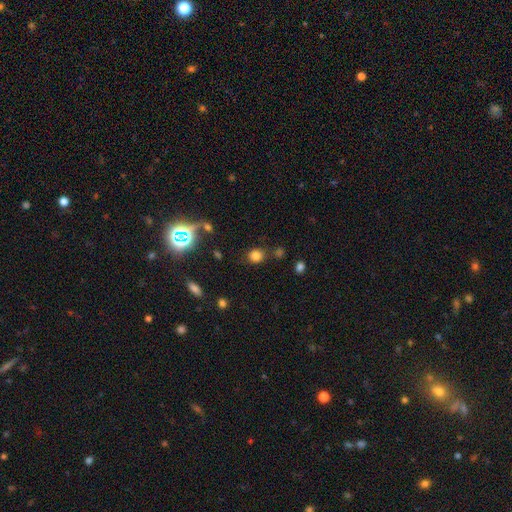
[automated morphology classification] smooth 78%, star or artifact 16%, featured or disk 6%. Down the decision tree: how rounded — round (77%); merging — none (77%).